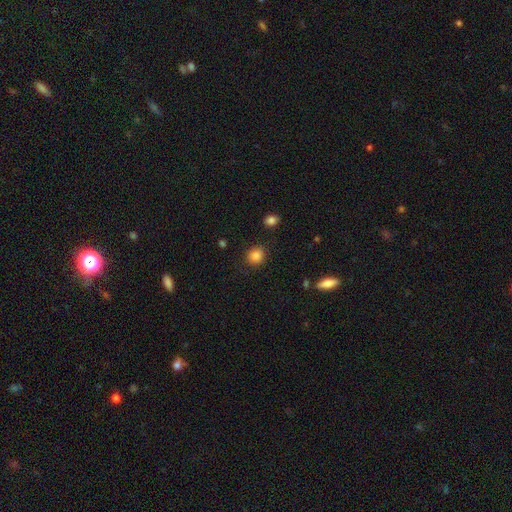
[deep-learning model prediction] A smooth galaxy with no disk features (85%) that is round (82%). Merging: none (88%).